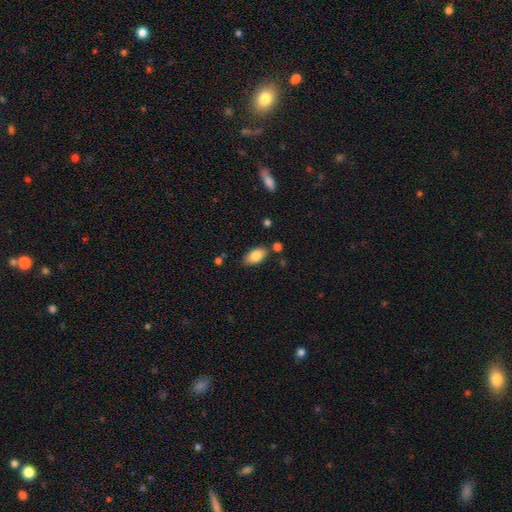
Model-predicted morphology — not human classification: smooth-or-featured: smooth: 84% | featured or disk: 9% | star or artifact: 7%
  how-rounded: in between: 93% | round: 4% | cigar-shaped: 3%
  merging: none: 79% | minor disturbance: 13% | merger: 5% | major disturbance: 3%